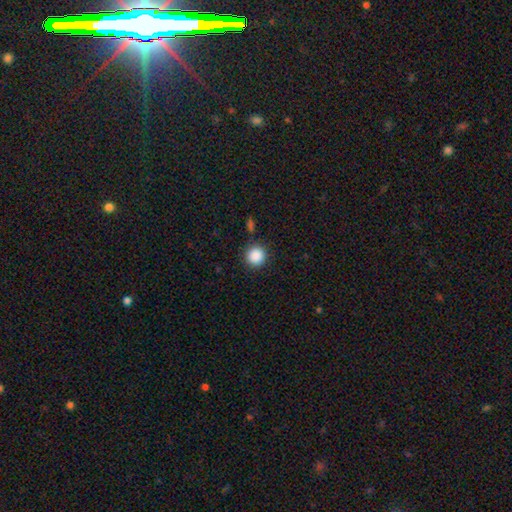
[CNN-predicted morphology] A smooth galaxy with no disk features (88%) that is round (94%). Merging: none (88%).